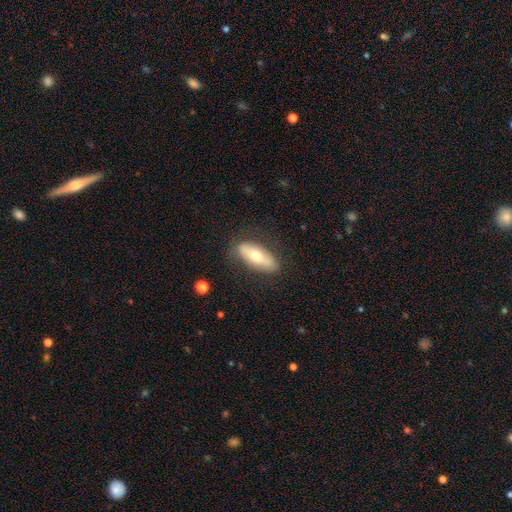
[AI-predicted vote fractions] A smooth galaxy with no disk features (55%) that is in between round and cigar-shaped (69%). Merging: none (81%).